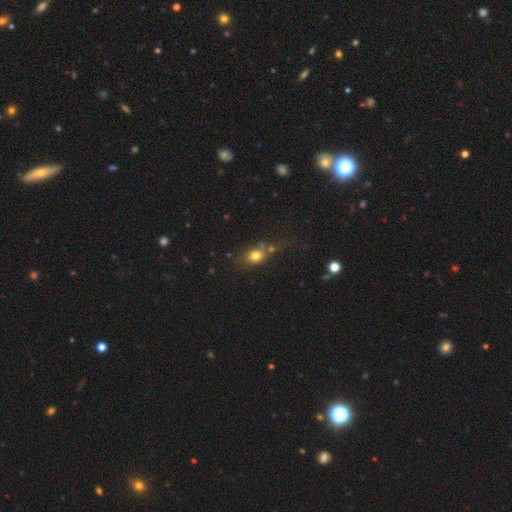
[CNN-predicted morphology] Q: Smooth or featured?
A: smooth (75%); runner-up: star or artifact (13%)
Q: How rounded?
A: in between (55%); runner-up: round (42%)
Q: Merging?
A: none (53%); runner-up: minor disturbance (20%)